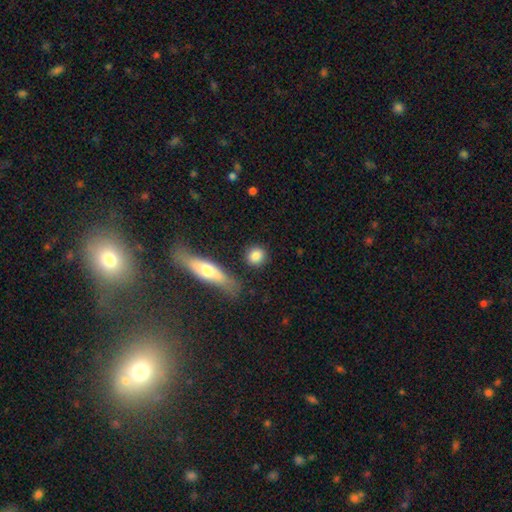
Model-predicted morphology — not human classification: The model was most divided on "how rounded": round: 77%, in between: 18%, cigar-shaped: 5%. More confident: smooth or featured — smooth (84%); merging — none (81%).